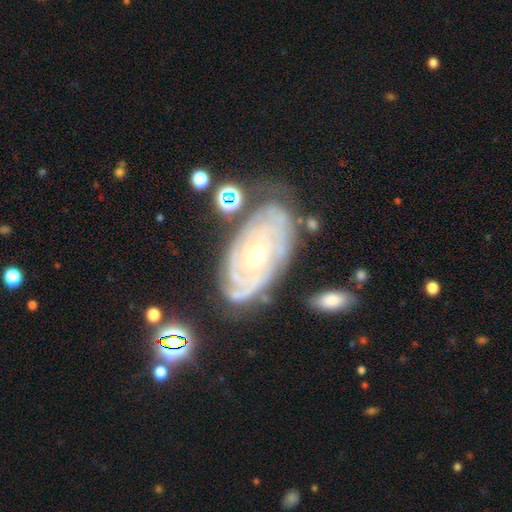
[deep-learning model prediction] A featured or disk galaxy (85%) with no bar (71%), tight (81%) spiral arms (95%) and a small central bulge (62%).

Vote fractions:
- Smooth or featured? featured or disk: 85% / smooth: 9% / star or artifact: 6%
- Edge-on disk? no: 94% / yes: 6%
- Bar? no: 71% / weak: 22% / strong: 7%
- Spiral arms? yes: 95% / no: 5%
- Spiral winding? tight: 81% / medium: 16% / loose: 3%
- Spiral arm count? can't tell: 42% / 2: 21% / 3: 16% / 4: 11% / more than 4: 6% / 1: 5%
- Bulge size? small: 62% / moderate: 34% / large: 1% / none: 1% / dominant: 1%
- Merging? none: 68% / minor disturbance: 21% / major disturbance: 7% / merger: 4%